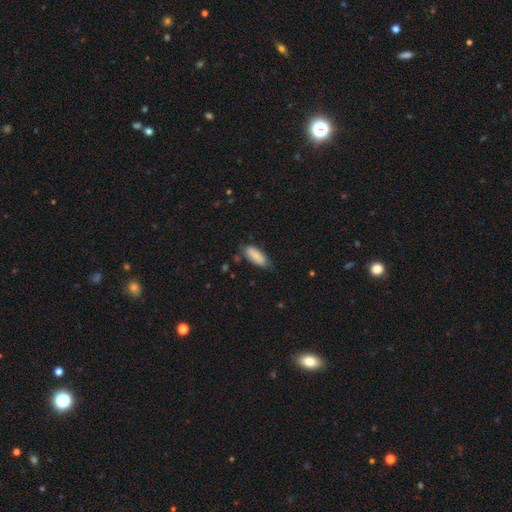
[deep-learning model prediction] smooth_or_featured: smooth (p=0.85) [alt: featured or disk p=0.08]
how_rounded: in between (p=0.82) [alt: cigar-shaped p=0.17]
merging: none (p=0.69) [alt: minor disturbance p=0.25]